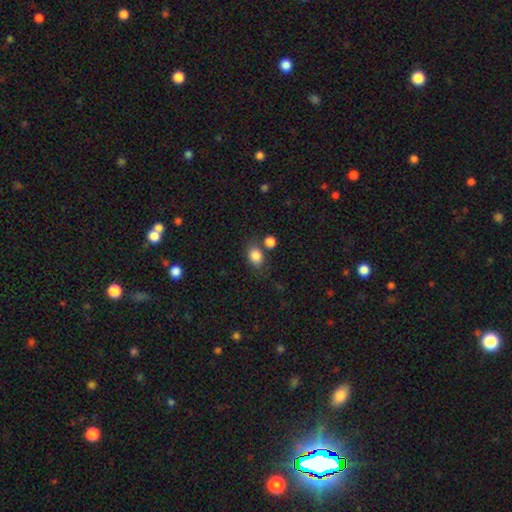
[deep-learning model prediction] This appears to be a smooth galaxy with no disk features (84%) that is in between round and cigar-shaped (61%). Merging: none (65%).